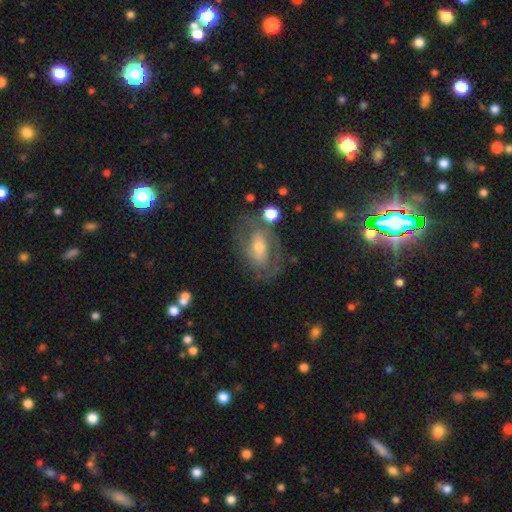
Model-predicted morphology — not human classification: smooth_or_featured: featured or disk (p=0.67) [alt: smooth p=0.22]
disk_edge_on: no (p=0.94) [alt: yes p=0.06]
bar: no (p=0.47) [alt: weak p=0.35]
has_spiral_arms: yes (p=0.67) [alt: no p=0.33]
bulge_size: moderate (p=0.50) [alt: small p=0.41]
merging: none (p=0.67) [alt: minor disturbance p=0.17]